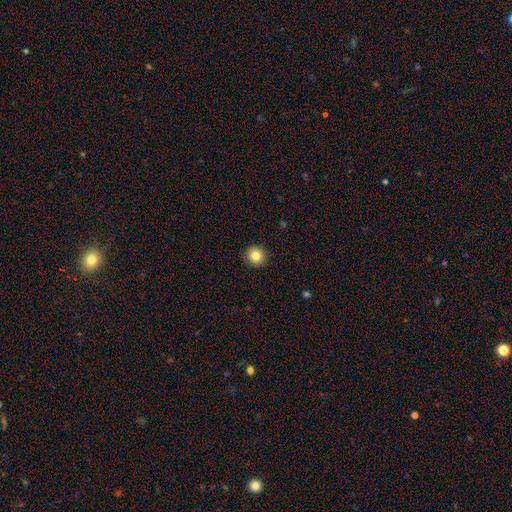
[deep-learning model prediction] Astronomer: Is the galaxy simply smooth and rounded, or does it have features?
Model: smooth — 82%.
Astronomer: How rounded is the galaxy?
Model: round — 94%.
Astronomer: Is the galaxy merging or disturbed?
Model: none — 92%.